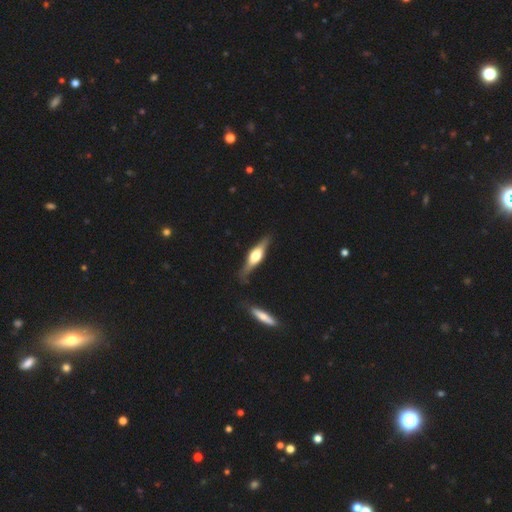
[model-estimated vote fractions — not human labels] Overall: featured or disk (68%). Edge-on disk: yes (95%). Edge-on bulge: rounded (90%). Merging: none (82%).